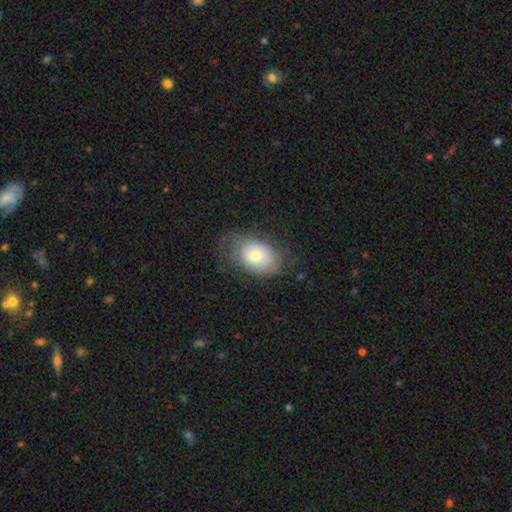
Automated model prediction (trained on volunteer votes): A smooth galaxy with no disk features (49%).

Vote fractions:
- Smooth or featured? smooth: 49% / featured or disk: 42% / star or artifact: 9%
- Merging? none: 59% / minor disturbance: 22% / major disturbance: 18% / merger: 1%